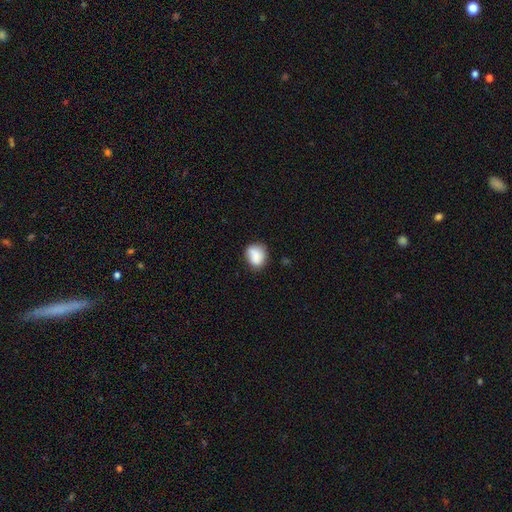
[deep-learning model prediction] Smooth or featured? smooth (84%)
How rounded? round (54%)
Merging? none (65%)